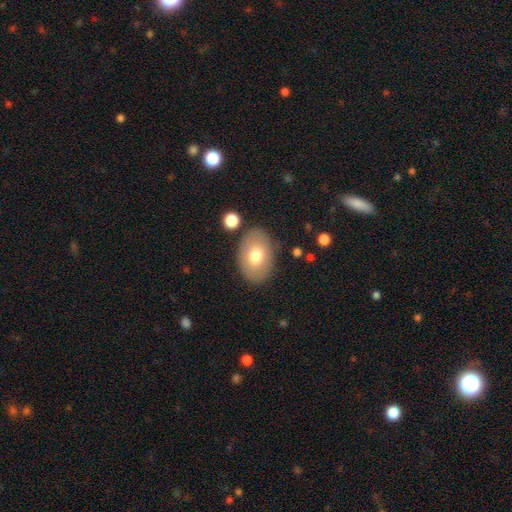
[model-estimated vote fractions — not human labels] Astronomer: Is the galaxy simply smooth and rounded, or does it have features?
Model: smooth — 71%.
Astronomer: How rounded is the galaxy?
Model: in between — 84%.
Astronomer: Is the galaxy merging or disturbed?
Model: none — 82%.